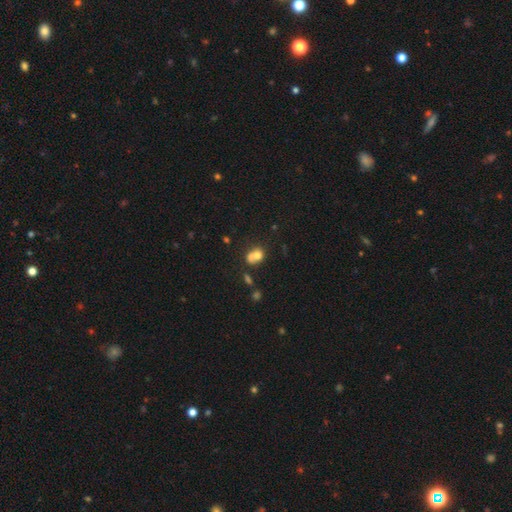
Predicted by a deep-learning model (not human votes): Smooth or featured? smooth (69%)
How rounded? in between (51%)
Merging? merger (47%)